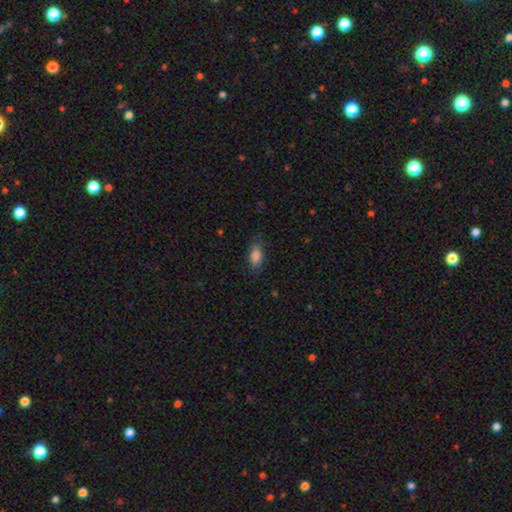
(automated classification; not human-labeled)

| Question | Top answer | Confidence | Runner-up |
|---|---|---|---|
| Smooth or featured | smooth | 85% | star or artifact (8%) |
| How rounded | in between | 87% | cigar-shaped (9%) |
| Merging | none | 74% | minor disturbance (19%) |